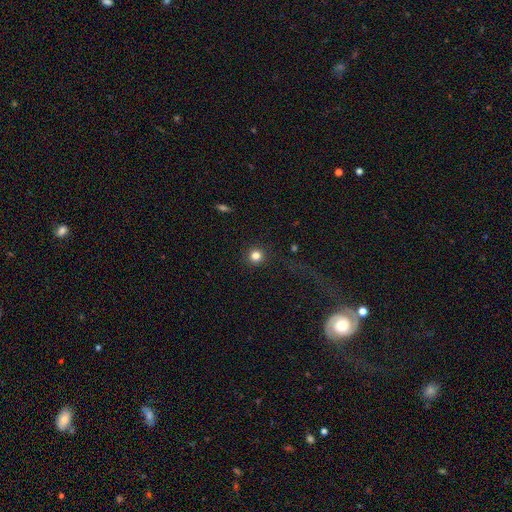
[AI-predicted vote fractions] The model was most divided on "smooth or featured": smooth: 82%, star or artifact: 13%, featured or disk: 5%. More confident: how rounded — round (95%); merging — none (91%).